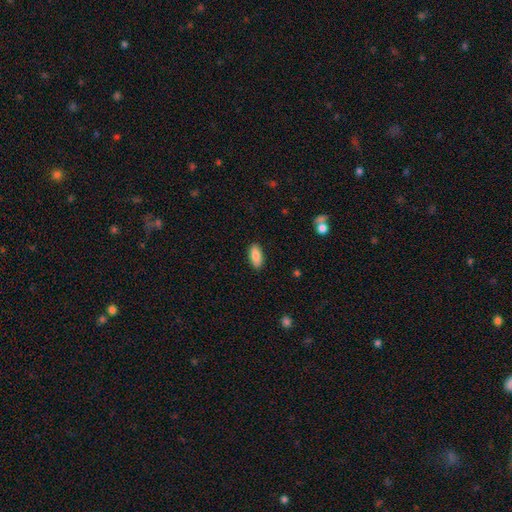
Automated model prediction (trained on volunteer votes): Smooth or featured? smooth (86%)
How rounded? in between (83%)
Merging? none (89%)